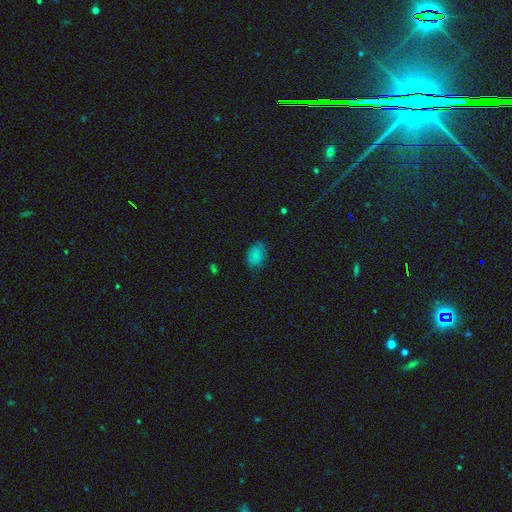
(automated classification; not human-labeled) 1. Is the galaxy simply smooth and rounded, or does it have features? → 81% smooth, 12% star or artifact, 7% featured or disk.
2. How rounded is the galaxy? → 82% in between, 16% round, 1% cigar-shaped.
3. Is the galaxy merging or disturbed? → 72% none, 22% minor disturbance, 5% major disturbance, 1% merger.